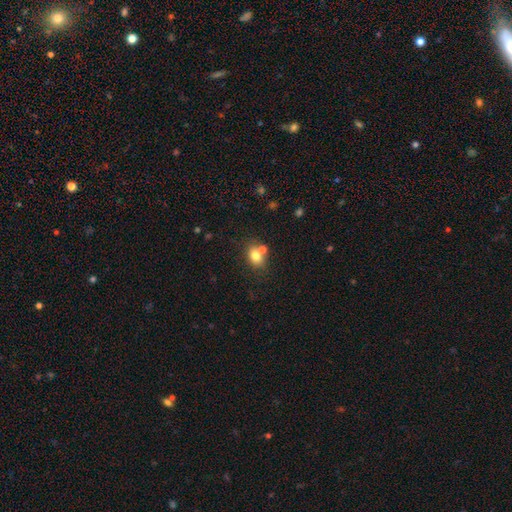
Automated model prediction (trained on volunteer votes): The model was most divided on "how rounded": in between: 63%, round: 36%, cigar-shaped: 1%. More confident: smooth or featured — smooth (76%); merging — none (57%).